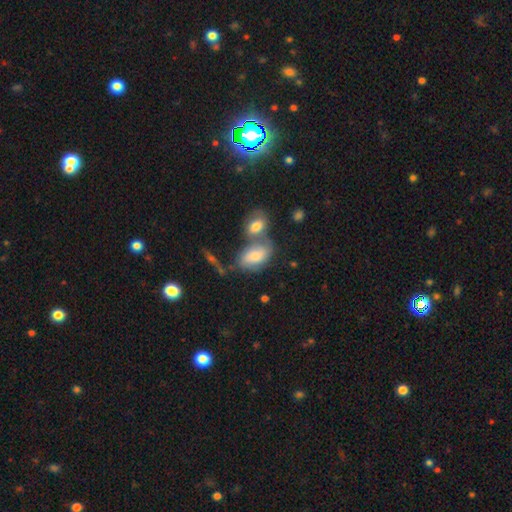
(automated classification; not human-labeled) Smooth or featured?
  - smooth: 61% *
  - featured or disk: 31%
  - star or artifact: 8%
How rounded?
  - in between: 88% *
  - round: 9%
  - cigar-shaped: 3%
Merging?
  - merger: 47% *
  - none: 31%
  - minor disturbance: 14%
  - major disturbance: 8%